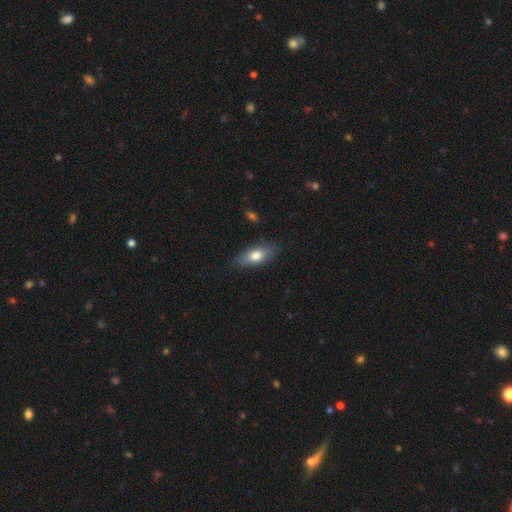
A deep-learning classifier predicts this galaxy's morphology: smooth 73%, featured or disk 20%, star or artifact 7%. Down the decision tree: how rounded — in between (79%); merging — none (82%).